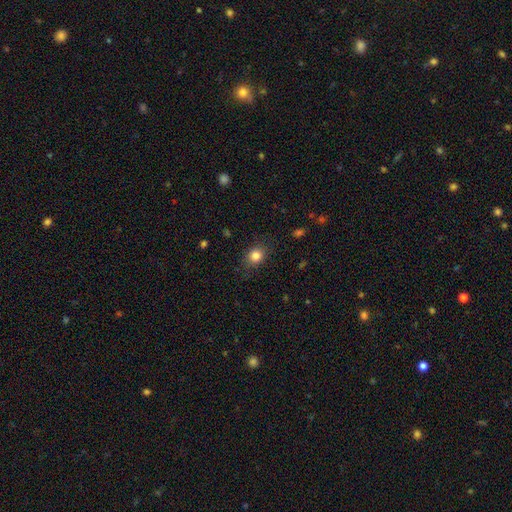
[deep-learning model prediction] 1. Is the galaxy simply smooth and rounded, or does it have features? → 83% smooth, 11% star or artifact, 6% featured or disk.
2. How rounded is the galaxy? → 57% round, 42% in between, 1% cigar-shaped.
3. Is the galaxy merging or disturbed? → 83% none, 13% minor disturbance, 4% major disturbance, 1% merger.